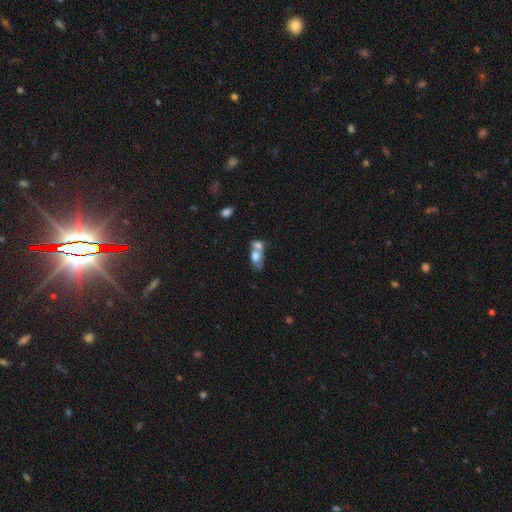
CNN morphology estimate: A smooth galaxy with no disk features (64%) that is in between round and cigar-shaped (76%).

Vote fractions:
- Smooth or featured? smooth: 64% / featured or disk: 27% / star or artifact: 9%
- How rounded? in between: 76% / round: 18% / cigar-shaped: 6%
- Merging? merger: 67% / none: 18% / minor disturbance: 8% / major disturbance: 6%